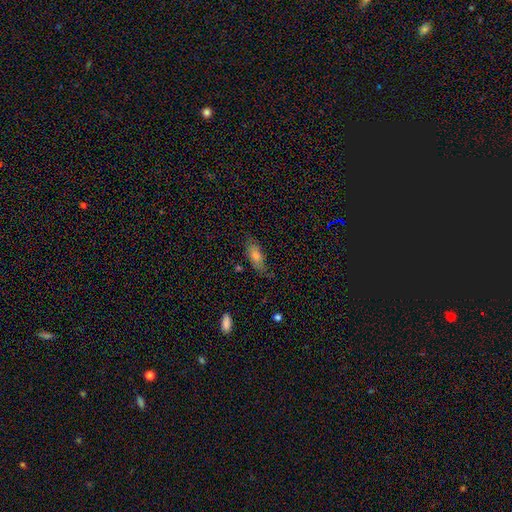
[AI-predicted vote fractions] smooth 57%, featured or disk 30%, star or artifact 13%. Down the decision tree: how rounded — in between (68%); merging — none (68%).